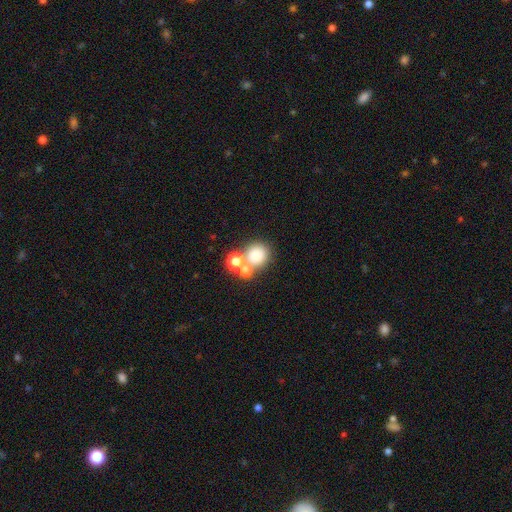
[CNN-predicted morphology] This is likely a smooth galaxy (72%). How rounded: clearly round (88%). Merging: possibly none (52%).